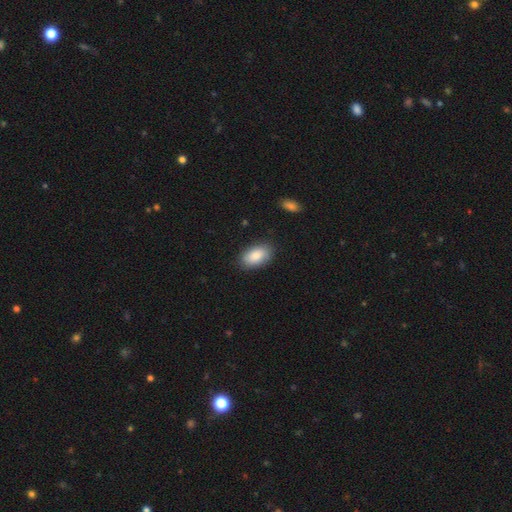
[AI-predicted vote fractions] Smooth or featured?
  - smooth: 86% *
  - featured or disk: 8%
  - star or artifact: 6%
How rounded?
  - in between: 93% *
  - round: 5%
  - cigar-shaped: 2%
Merging?
  - none: 84% *
  - minor disturbance: 12%
  - major disturbance: 3%
  - merger: 1%